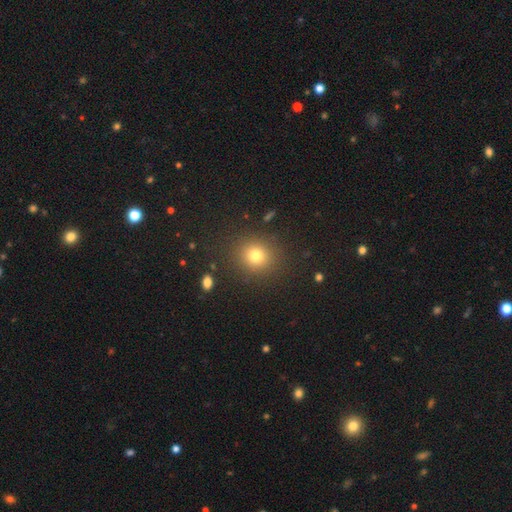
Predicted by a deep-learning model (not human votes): Q: Smooth or featured?
A: smooth (77%); runner-up: star or artifact (15%)
Q: How rounded?
A: round (83%); runner-up: in between (16%)
Q: Merging?
A: none (88%); runner-up: minor disturbance (7%)